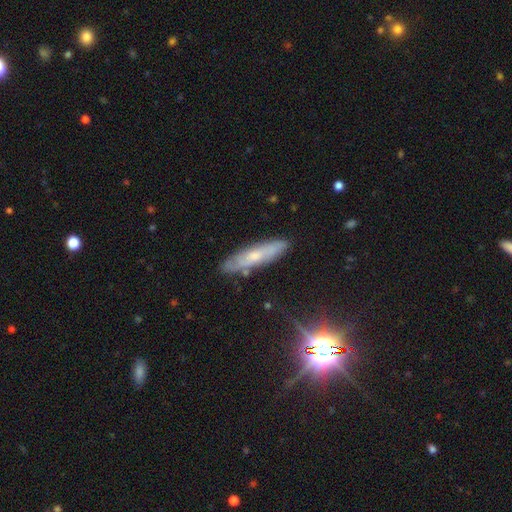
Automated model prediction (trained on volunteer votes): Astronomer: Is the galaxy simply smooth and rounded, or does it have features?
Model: featured or disk — 53% (runner-up: smooth, 35%).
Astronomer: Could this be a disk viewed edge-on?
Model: no — 55% (runner-up: yes, 45%).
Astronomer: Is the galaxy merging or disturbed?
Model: none — 81%.